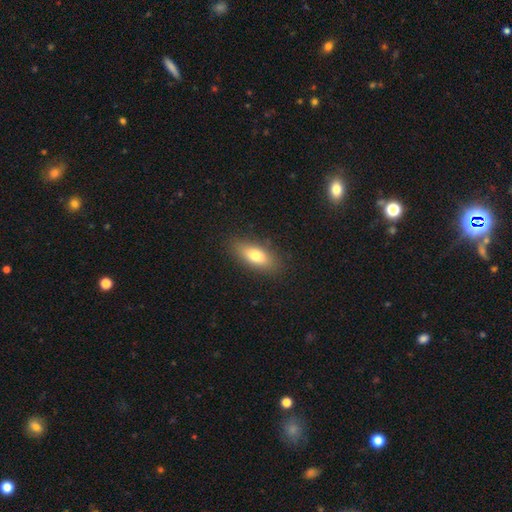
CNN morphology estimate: smooth 76%, featured or disk 17%, star or artifact 8%. Down the decision tree: how rounded — in between (77%); merging — none (85%).